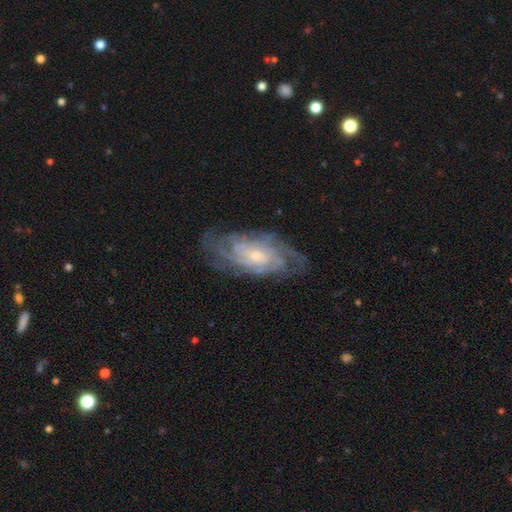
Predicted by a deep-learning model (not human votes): smooth-or-featured: featured or disk: 85% | smooth: 9% | star or artifact: 6%
  disk-edge-on: no: 93% | yes: 7%
    bar: no: 64% | weak: 30% | strong: 6%
    has-spiral-arms: yes: 95% | no: 5%
      spiral-winding: tight: 66% | medium: 28% | loose: 6%
      spiral-arm-count: can't tell: 43% | 4: 18% | 3: 13% | 2: 12% | more than 4: 8% | 1: 5%
    bulge-size: small: 62% | moderate: 32% | none: 3% | large: 2% | dominant: 1%
  merging: none: 74% | minor disturbance: 18% | major disturbance: 7% | merger: 1%